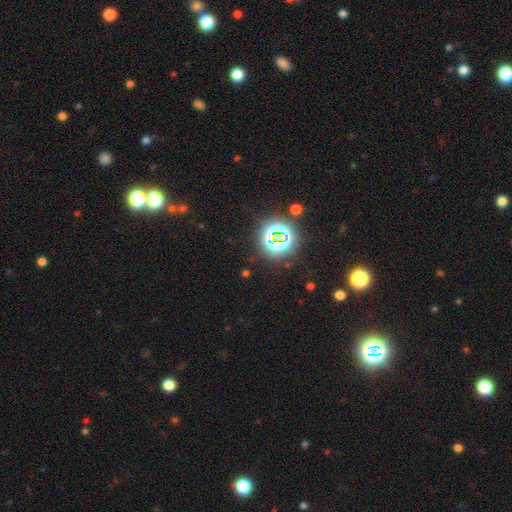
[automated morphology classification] A star or artifact, not a galaxy (80%).